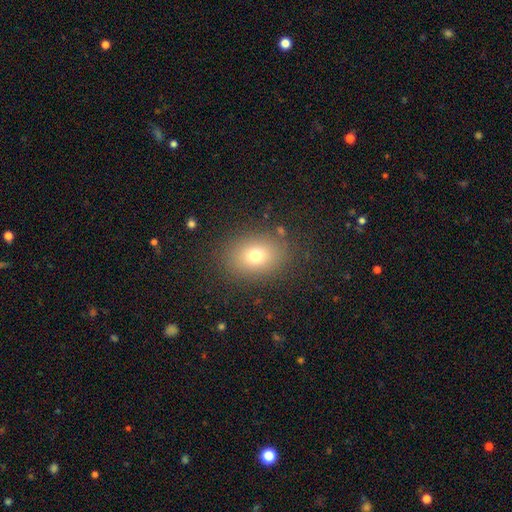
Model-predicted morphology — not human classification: Smooth or featured?
  - smooth: 73% *
  - star or artifact: 14%
  - featured or disk: 13%
How rounded?
  - in between: 54% *
  - round: 45%
  - cigar-shaped: 1%
Merging?
  - none: 85% *
  - minor disturbance: 9%
  - major disturbance: 4%
  - merger: 2%